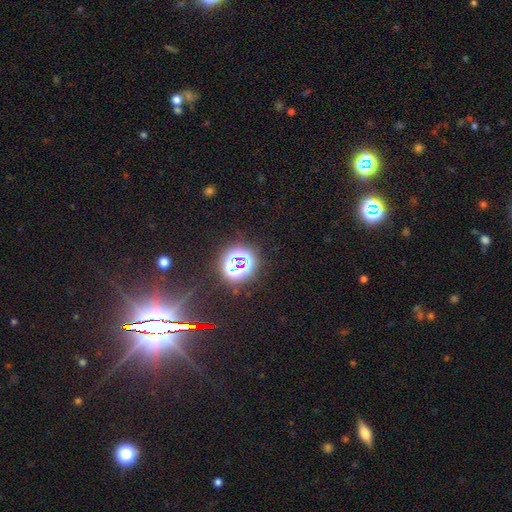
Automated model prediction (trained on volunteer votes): Overall: star or artifact (78%).